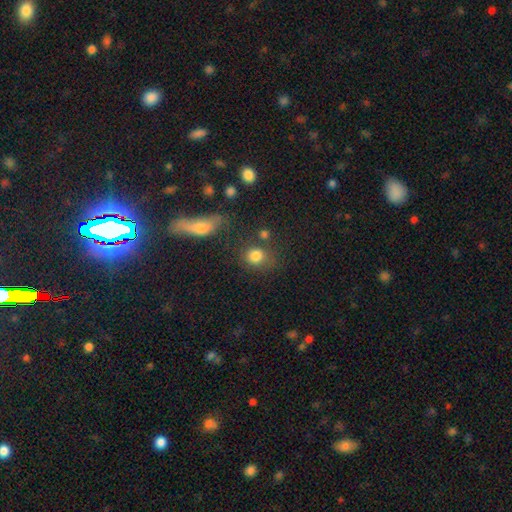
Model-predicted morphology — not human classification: This is clearly a smooth galaxy (81%). How rounded: likely round (72%). Merging: likely none (66%).